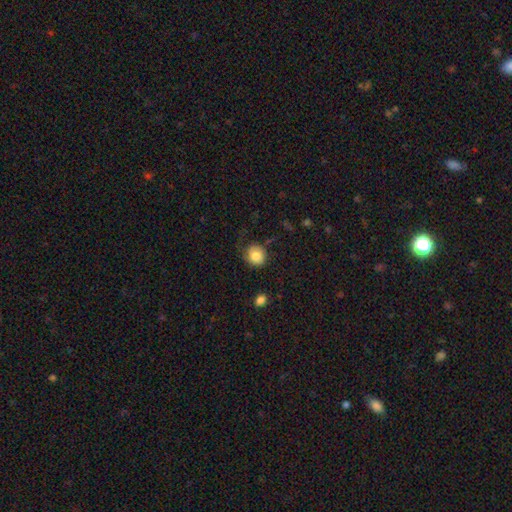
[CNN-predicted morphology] Smooth or featured? smooth (83%)
How rounded? round (85%)
Merging? none (69%)